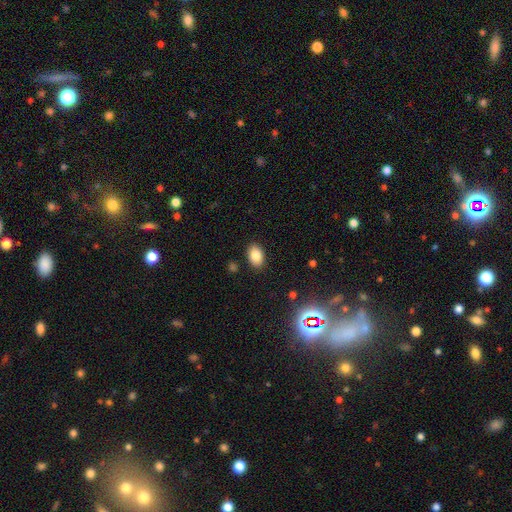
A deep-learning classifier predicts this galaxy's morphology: The model was most divided on "smooth or featured": smooth: 83%, star or artifact: 9%, featured or disk: 7%. More confident: how rounded — in between (88%); merging — none (88%).